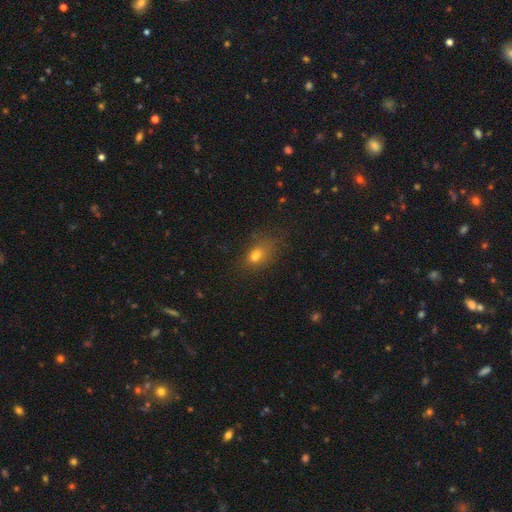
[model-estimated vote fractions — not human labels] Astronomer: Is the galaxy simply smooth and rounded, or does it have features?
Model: smooth — 71%.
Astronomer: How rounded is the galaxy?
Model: in between — 75%.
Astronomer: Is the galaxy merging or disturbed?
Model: none — 55%.